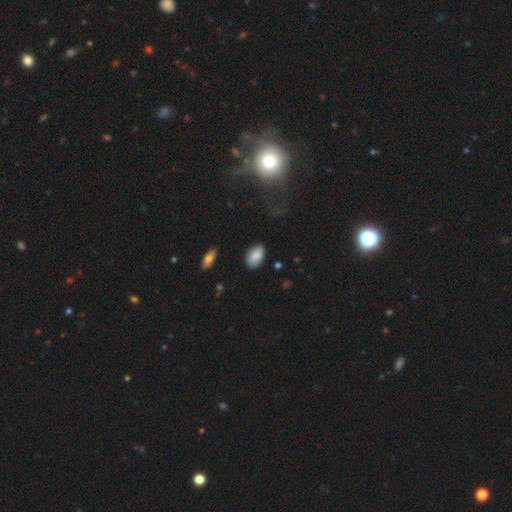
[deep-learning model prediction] Smooth or featured? Predicted: smooth (p=0.86). How rounded? Predicted: in between (p=0.92). Merging? Predicted: none (p=0.82).